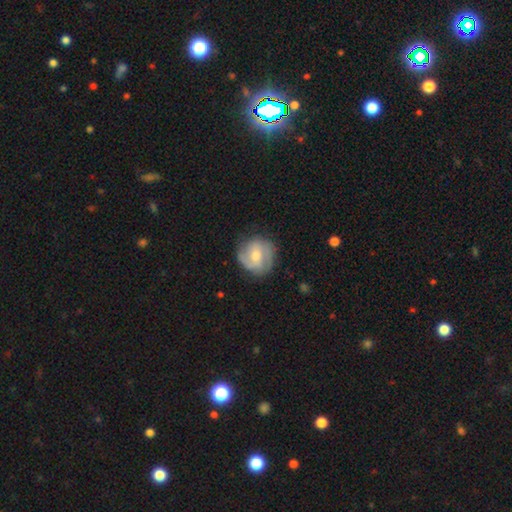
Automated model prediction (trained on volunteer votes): Morphology: type=featured or disk (65%); edge-on=no (98%); bar=no (48%); spiral arms=yes (89%); winding=medium (45%); arm count=2 (56%); bulge=moderate (60%); merging=none (75%).